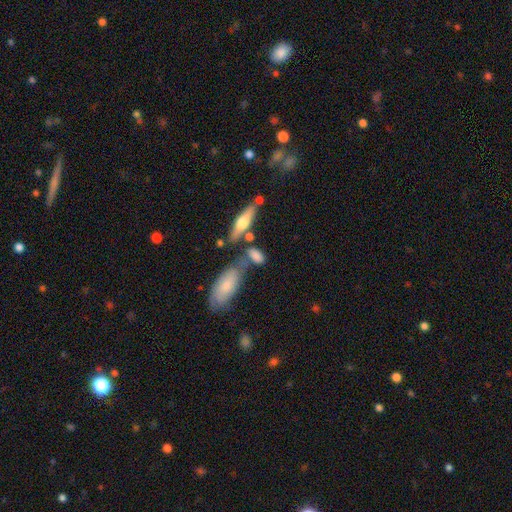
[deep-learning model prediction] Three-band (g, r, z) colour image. It shows a smooth galaxy with no disk features (73%) that is in between round and cigar-shaped (75%). Merging: none (51%).